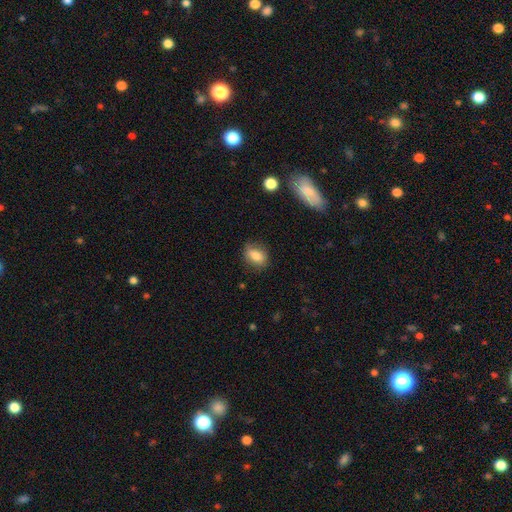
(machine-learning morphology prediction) A smooth galaxy with no disk features (80%) that is in between round and cigar-shaped (74%).

Vote fractions:
- Smooth or featured? smooth: 80% / featured or disk: 11% / star or artifact: 8%
- How rounded? in between: 74% / round: 23% / cigar-shaped: 3%
- Merging? none: 75% / minor disturbance: 19% / major disturbance: 4% / merger: 2%